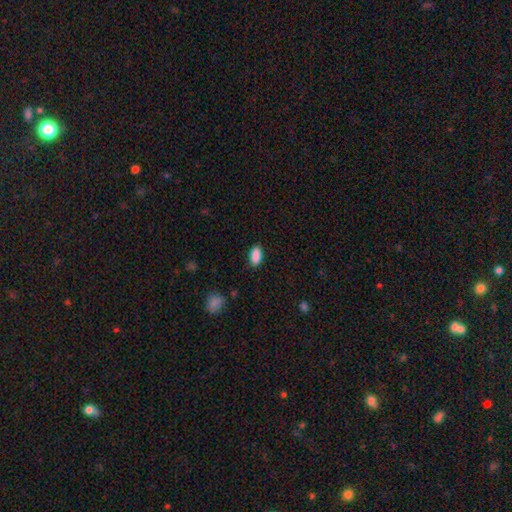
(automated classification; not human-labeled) Smooth or featured?
  - smooth: 89% *
  - star or artifact: 7%
  - featured or disk: 3%
How rounded?
  - in between: 92% *
  - cigar-shaped: 4%
  - round: 4%
Merging?
  - none: 86% *
  - minor disturbance: 10%
  - major disturbance: 2%
  - merger: 1%